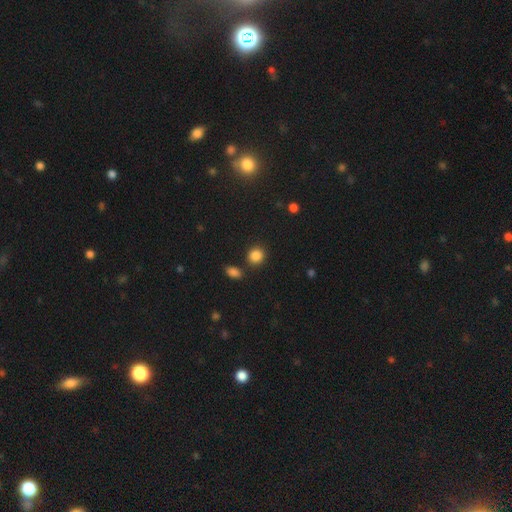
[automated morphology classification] Q: Smooth or featured?
A: smooth (86%); runner-up: star or artifact (10%)
Q: How rounded?
A: round (82%); runner-up: in between (17%)
Q: Merging?
A: none (81%); runner-up: minor disturbance (9%)